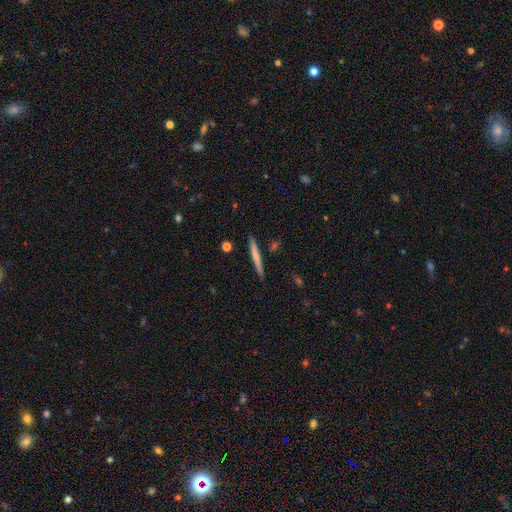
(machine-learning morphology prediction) Overall: smooth (63%; featured or disk 31%). How rounded: cigar-shaped (96%). Merging: none (89%).